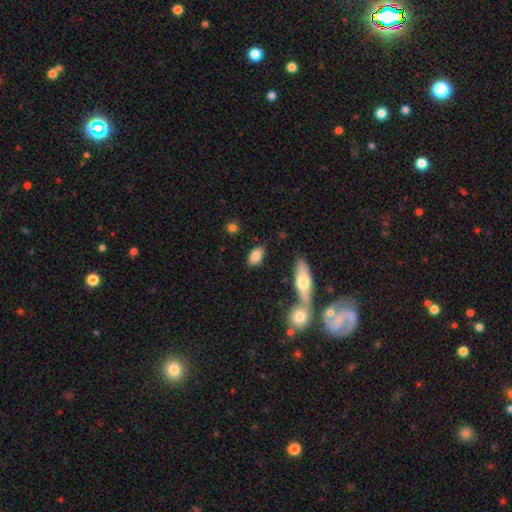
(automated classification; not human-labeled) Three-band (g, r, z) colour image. It shows a smooth galaxy with no disk features (81%) that is in between round and cigar-shaped (88%). Merging: none (79%).